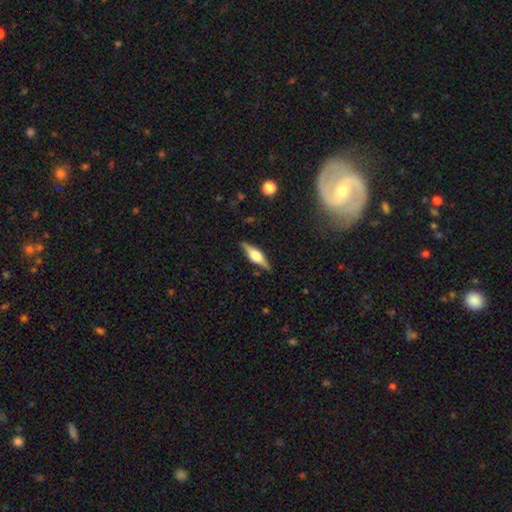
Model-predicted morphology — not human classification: This appears to be a featured or disk galaxy (62%) viewed edge-on (95%) with a rounded central bulge (90%). Merging: none (87%).